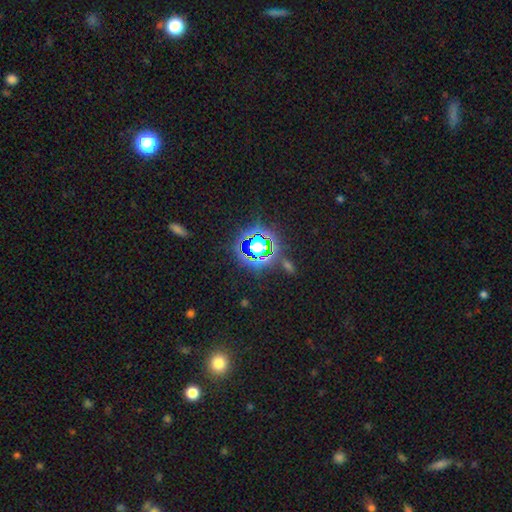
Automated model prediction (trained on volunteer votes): Q: Smooth or featured?
A: star or artifact (78%); runner-up: smooth (14%)